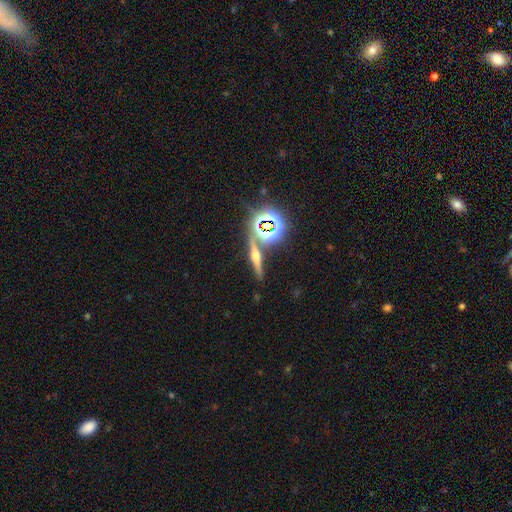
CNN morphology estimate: smooth-or-featured: featured or disk: 52% | star or artifact: 26% | smooth: 22%
  disk-edge-on: yes: 92% | no: 8%
  merging: none: 80% | merger: 9% | minor disturbance: 8% | major disturbance: 3%